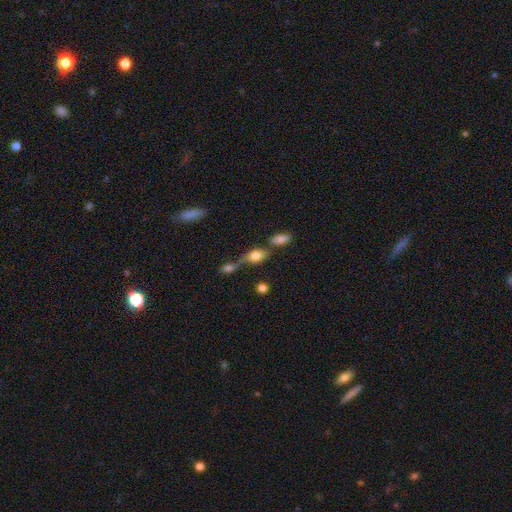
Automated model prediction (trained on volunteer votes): Morphology: type=smooth (72%); roundness=in between (70%); merging=merger (43%).